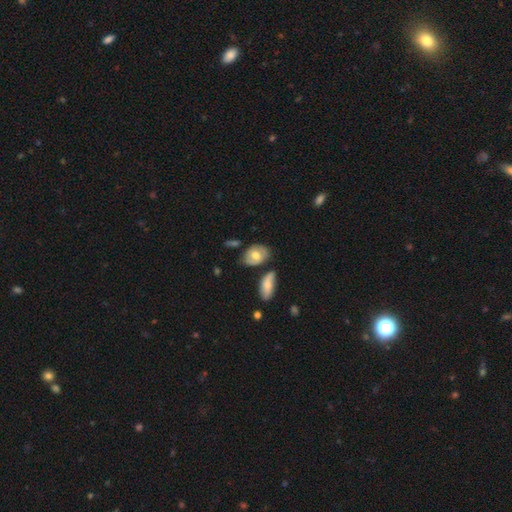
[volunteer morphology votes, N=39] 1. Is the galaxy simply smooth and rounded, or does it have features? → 51% smooth, 46% featured or disk, 3% star or artifact.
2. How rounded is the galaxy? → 80% in between, 20% round, 0% cigar-shaped.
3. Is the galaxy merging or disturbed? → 61% none, 21% minor disturbance, 11% merger, 8% major disturbance.